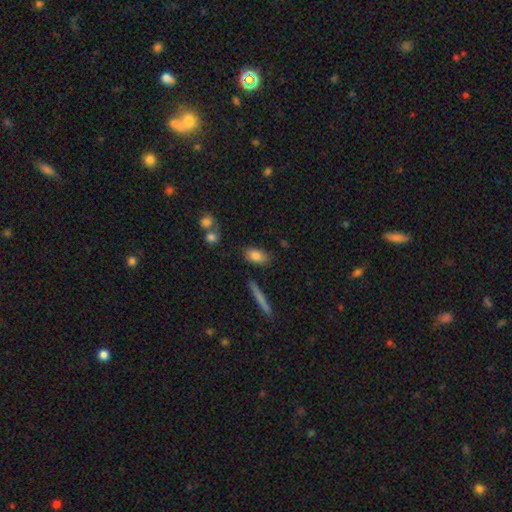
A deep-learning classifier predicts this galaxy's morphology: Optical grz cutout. It shows a smooth galaxy with no disk features (83%) that is in between round and cigar-shaped (85%). Merging: none (78%).